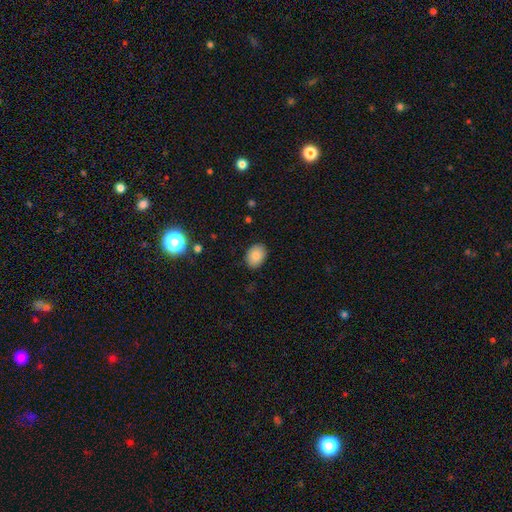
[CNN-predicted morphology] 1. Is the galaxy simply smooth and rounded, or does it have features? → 85% smooth, 8% star or artifact, 7% featured or disk.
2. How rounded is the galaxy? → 73% in between, 26% round, 1% cigar-shaped.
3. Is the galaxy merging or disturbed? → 87% none, 9% minor disturbance, 2% major disturbance, 1% merger.